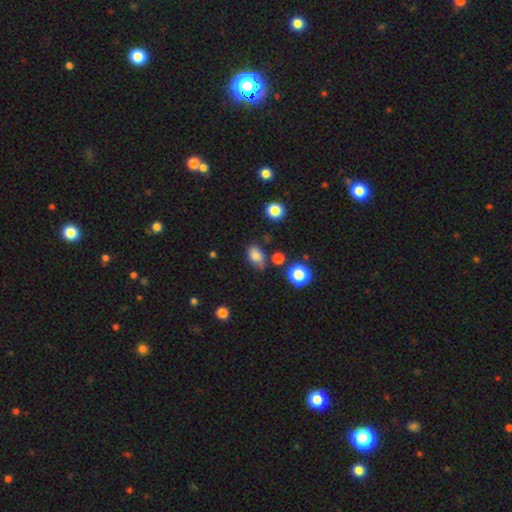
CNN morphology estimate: smooth-or-featured: smooth: 79% | star or artifact: 12% | featured or disk: 9%
  how-rounded: in between: 81% | round: 18% | cigar-shaped: 2%
  merging: none: 57% | minor disturbance: 29% | major disturbance: 8% | merger: 6%